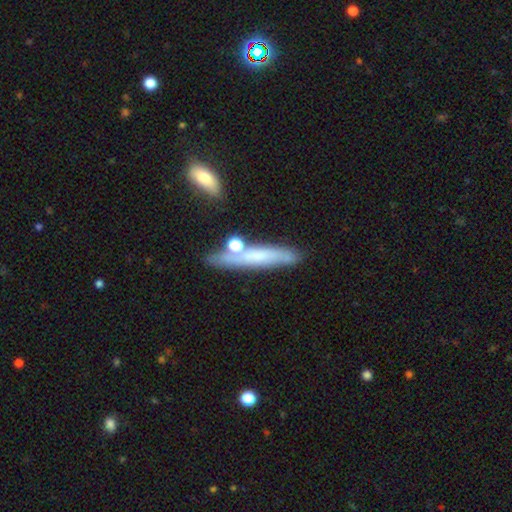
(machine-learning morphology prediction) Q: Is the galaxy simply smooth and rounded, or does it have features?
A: smooth — 53%.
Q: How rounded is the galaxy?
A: cigar-shaped — 84%.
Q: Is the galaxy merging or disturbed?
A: none — 66%.